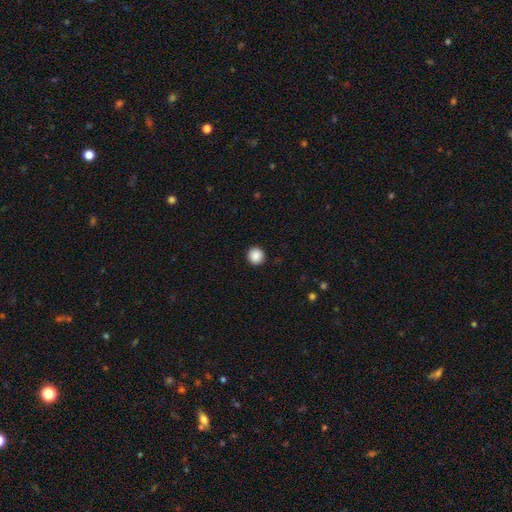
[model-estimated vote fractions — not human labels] This is clearly a smooth galaxy (89%). How rounded: clearly round (95%). Merging: clearly none (93%).